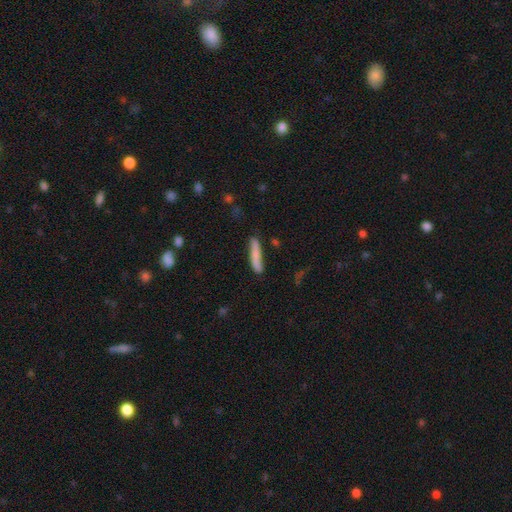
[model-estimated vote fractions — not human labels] This is likely a smooth galaxy (71%). How rounded: clearly cigar-shaped (90%). Merging: likely none (75%).